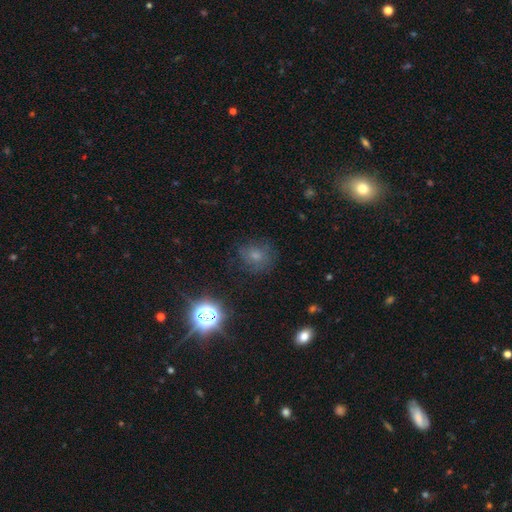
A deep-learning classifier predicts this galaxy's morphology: smooth-or-featured: smooth: 55% | star or artifact: 27% | featured or disk: 18%
  how-rounded: round: 74% | in between: 25% | cigar-shaped: 1%
  merging: none: 72% | minor disturbance: 18% | major disturbance: 9% | merger: 2%